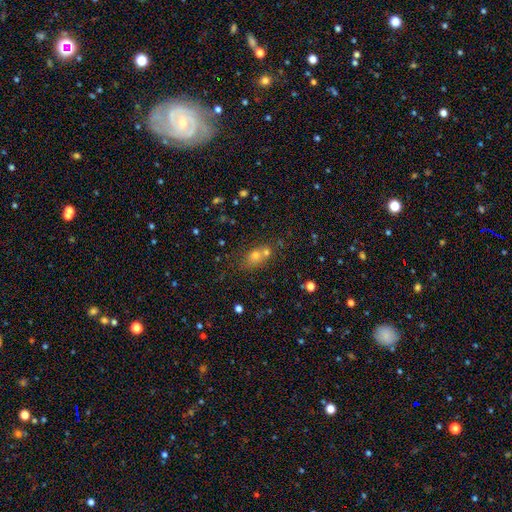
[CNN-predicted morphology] This is likely a smooth galaxy (61%). How rounded: possibly round (52%). Merging: marginally none (45%).